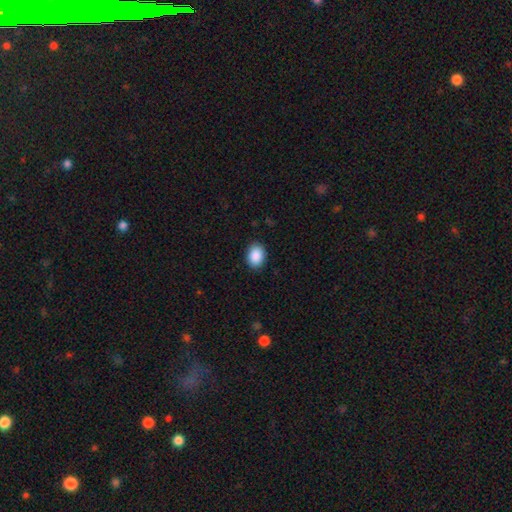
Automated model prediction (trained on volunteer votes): smooth_or_featured: smooth (p=0.90) [alt: star or artifact p=0.07]
how_rounded: in between (p=0.72) [alt: round p=0.27]
merging: none (p=0.89) [alt: minor disturbance p=0.08]